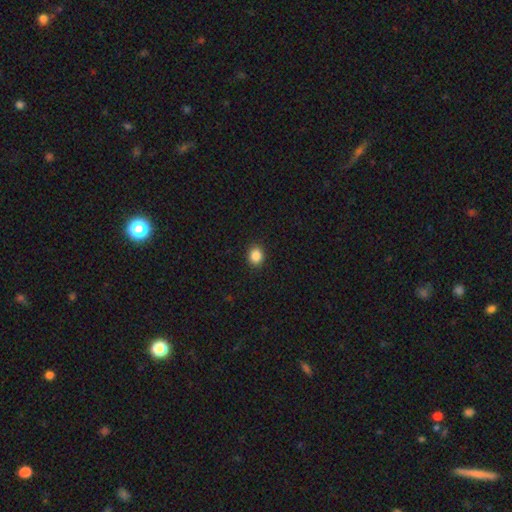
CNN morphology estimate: A smooth galaxy with no disk features (87%) that is round (69%).

Vote fractions:
- Smooth or featured? smooth: 87% / star or artifact: 10% / featured or disk: 4%
- How rounded? round: 69% / in between: 31% / cigar-shaped: 1%
- Merging? none: 91% / minor disturbance: 6% / major disturbance: 2% / merger: 1%